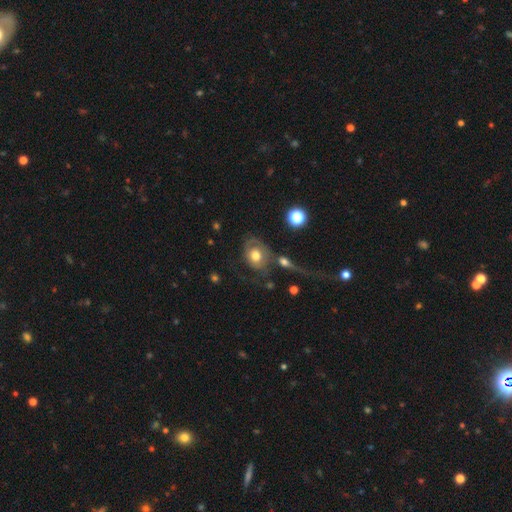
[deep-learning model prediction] A smooth galaxy with no disk features (49%).

Vote fractions:
- Smooth or featured? smooth: 49% / featured or disk: 42% / star or artifact: 9%
- Merging? none: 39% / major disturbance: 26% / minor disturbance: 19% / merger: 17%